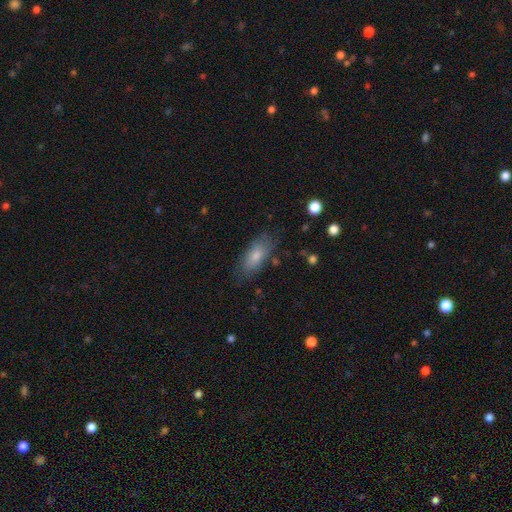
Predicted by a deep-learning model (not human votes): The model was most divided on "smooth or featured": smooth: 70%, featured or disk: 21%, star or artifact: 9%. More confident: how rounded — in between (79%); merging — none (77%).